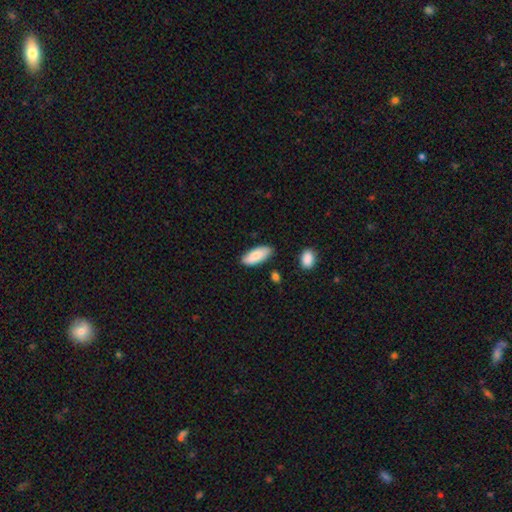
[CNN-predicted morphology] A smooth galaxy with no disk features (84%) that is in between round and cigar-shaped (86%). Merging: none (81%).